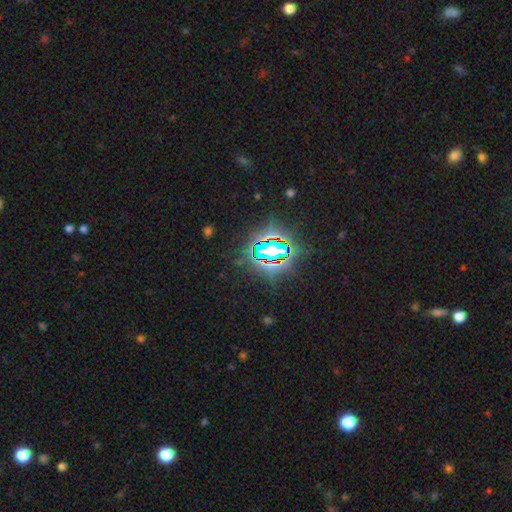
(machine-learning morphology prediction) Q: Smooth or featured?
A: star or artifact (82%); runner-up: smooth (11%)